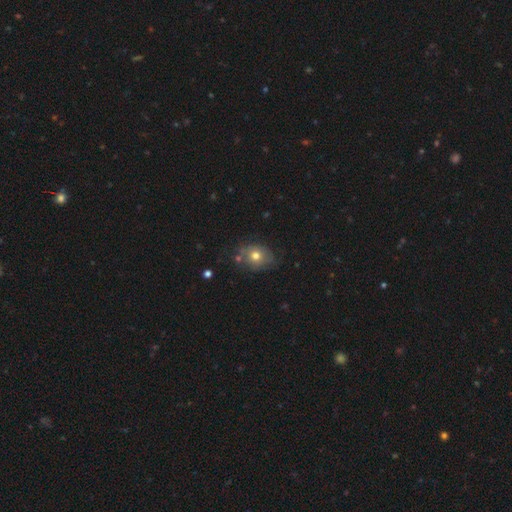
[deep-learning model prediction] smooth-or-featured: smooth: 66% | featured or disk: 23% | star or artifact: 11%
  how-rounded: in between: 50% | round: 49% | cigar-shaped: 1%
  merging: none: 65% | minor disturbance: 24% | major disturbance: 7% | merger: 4%